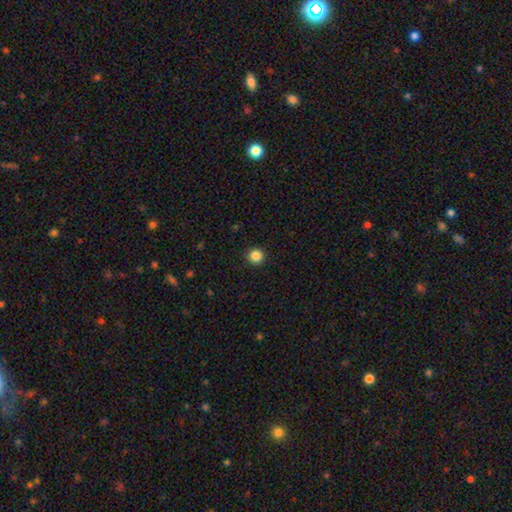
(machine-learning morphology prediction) Smooth or featured? Predicted: smooth (p=0.86). How rounded? Predicted: round (p=0.95). Merging? Predicted: none (p=0.93).